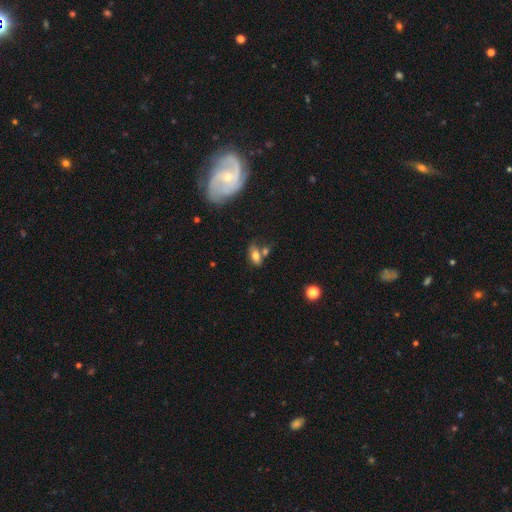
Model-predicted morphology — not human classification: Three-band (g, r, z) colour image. It shows a smooth galaxy with no disk features (72%) that is in between round and cigar-shaped (85%). Merging: none (50%).